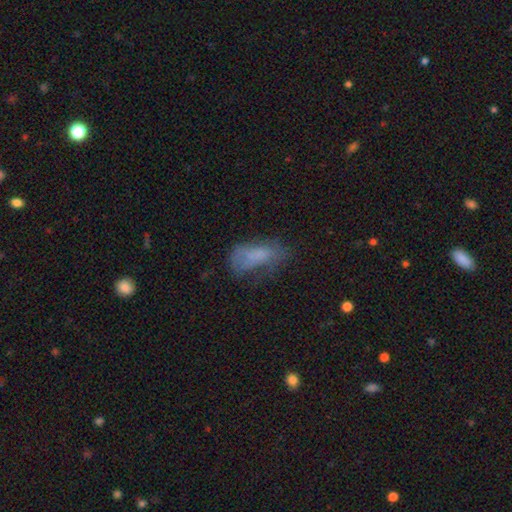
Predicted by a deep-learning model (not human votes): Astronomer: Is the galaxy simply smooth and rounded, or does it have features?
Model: smooth — 63%.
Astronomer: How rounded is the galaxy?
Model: in between — 83%.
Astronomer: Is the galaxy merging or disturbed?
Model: none — 35% (runner-up: major disturbance, 32%).